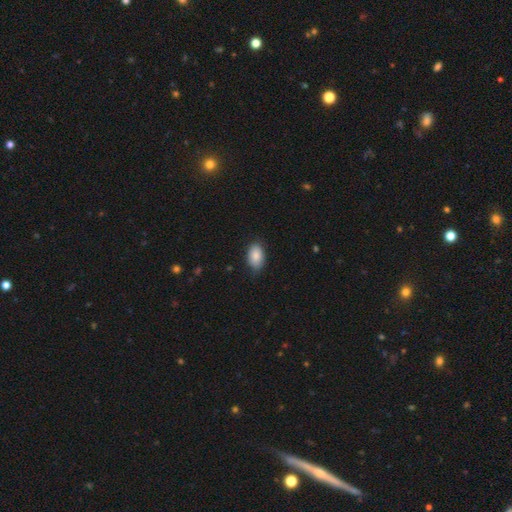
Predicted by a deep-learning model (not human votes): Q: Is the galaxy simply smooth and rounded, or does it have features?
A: smooth — 86%.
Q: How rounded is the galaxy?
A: in between — 90%.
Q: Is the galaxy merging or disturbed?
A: none — 75%.